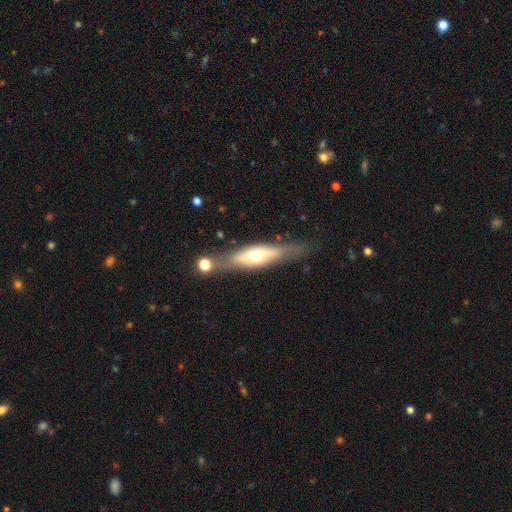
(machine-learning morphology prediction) smooth_or_featured: featured or disk (p=0.53) [alt: smooth p=0.41]
disk_edge_on: yes (p=0.72) [alt: no p=0.28]
merging: none (p=0.67) [alt: minor disturbance p=0.18]